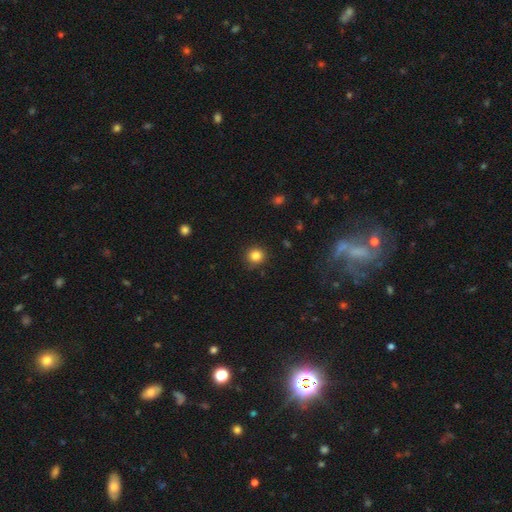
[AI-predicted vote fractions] smooth-or-featured: smooth: 84% | star or artifact: 12% | featured or disk: 5%
  how-rounded: round: 91% | in between: 8% | cigar-shaped: 1%
  merging: none: 86% | minor disturbance: 10% | major disturbance: 2% | merger: 1%